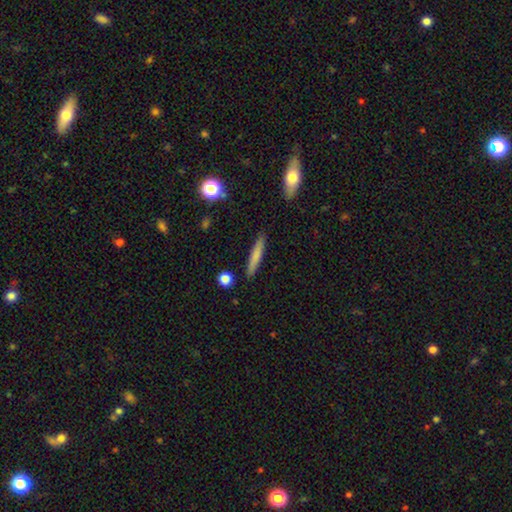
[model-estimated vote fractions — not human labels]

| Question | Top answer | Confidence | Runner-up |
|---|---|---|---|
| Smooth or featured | smooth | 72% | featured or disk (21%) |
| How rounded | cigar-shaped | 92% | in between (6%) |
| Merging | none | 89% | minor disturbance (7%) |